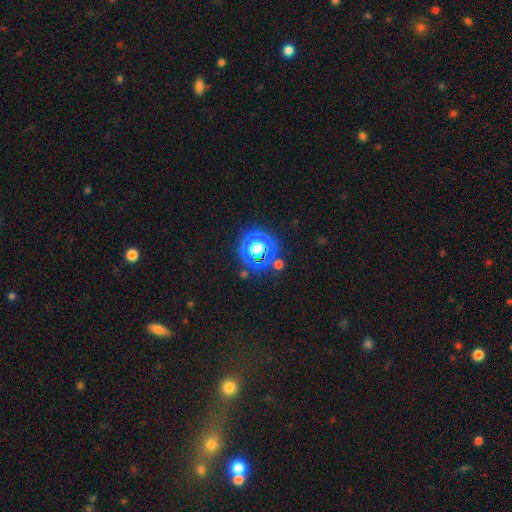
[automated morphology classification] smooth_or_featured: star or artifact (p=0.72) [alt: smooth p=0.21]